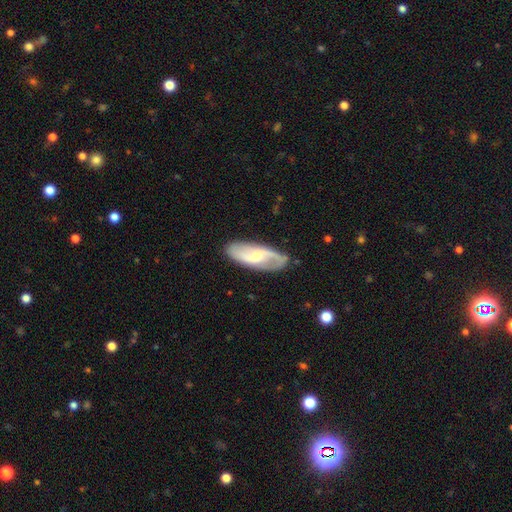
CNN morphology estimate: smooth-or-featured: featured or disk: 75% | smooth: 20% | star or artifact: 5%
  disk-edge-on: no: 92% | yes: 8%
    bar: weak: 52% | no: 31% | strong: 17%
    has-spiral-arms: yes: 92% | no: 8%
      spiral-winding: loose: 55% | medium: 33% | tight: 12%
      spiral-arm-count: 2: 87% | can't tell: 6% | 1: 4% | 3: 1% | 4: 1% | more than 4: 1%
    bulge-size: moderate: 46% | small: 45% | large: 4% | none: 4% | dominant: 1%
  merging: none: 83% | minor disturbance: 12% | major disturbance: 3% | merger: 1%